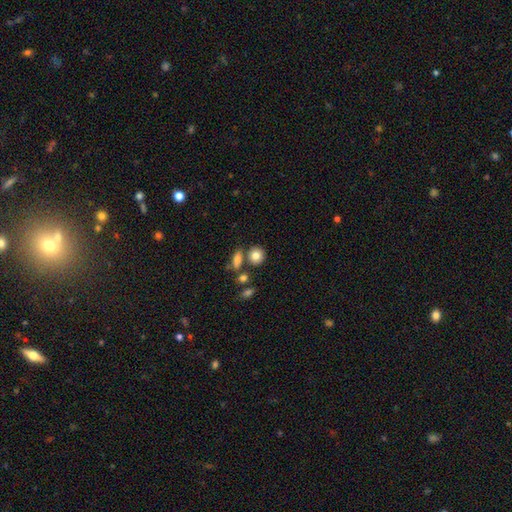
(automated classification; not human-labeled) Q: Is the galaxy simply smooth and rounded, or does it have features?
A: smooth — 82%.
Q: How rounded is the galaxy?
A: round — 78%.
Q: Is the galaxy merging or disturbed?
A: none — 70%.